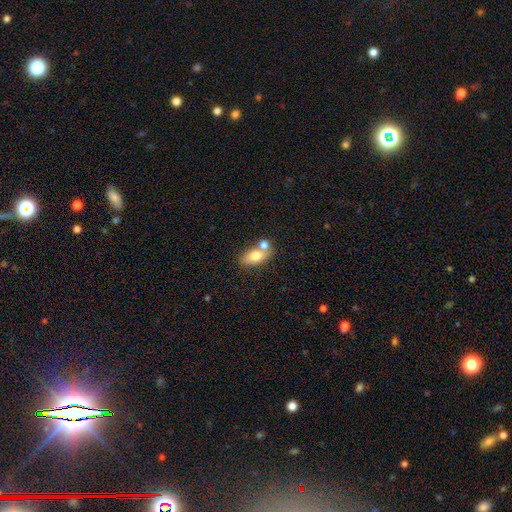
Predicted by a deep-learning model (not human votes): Overall: smooth (73%). How rounded: in between (82%). Merging: none (54%; merger 29%).